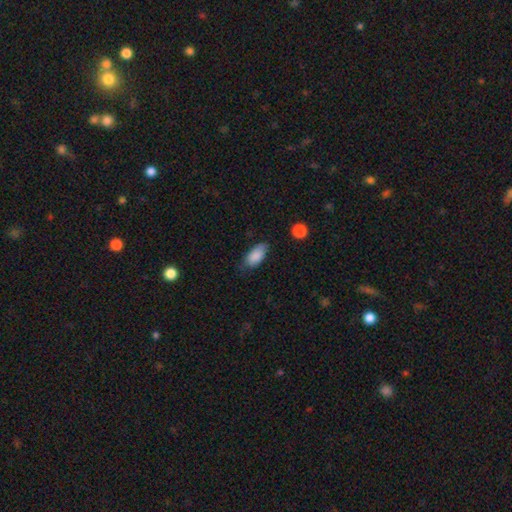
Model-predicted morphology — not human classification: Smooth or featured? Predicted: smooth (p=0.87). How rounded? Predicted: in between (p=0.91). Merging? Predicted: none (p=0.67).